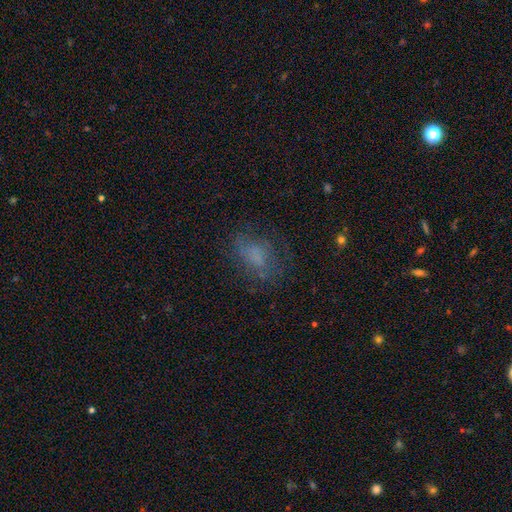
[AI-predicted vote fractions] Smooth or featured: smooth — 56% (featured or disk — 27%)
How rounded: in between — 73% (round — 24%)
Merging: none — 59% (minor disturbance — 21%)